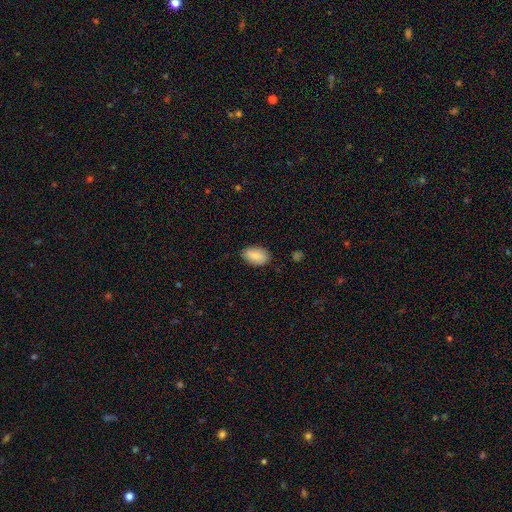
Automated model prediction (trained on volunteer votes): A smooth galaxy with no disk features (85%) that is in between round and cigar-shaped (92%).

Vote fractions:
- Smooth or featured? smooth: 85% / featured or disk: 8% / star or artifact: 7%
- How rounded? in between: 92% / round: 6% / cigar-shaped: 1%
- Merging? none: 83% / minor disturbance: 13% / major disturbance: 3% / merger: 1%